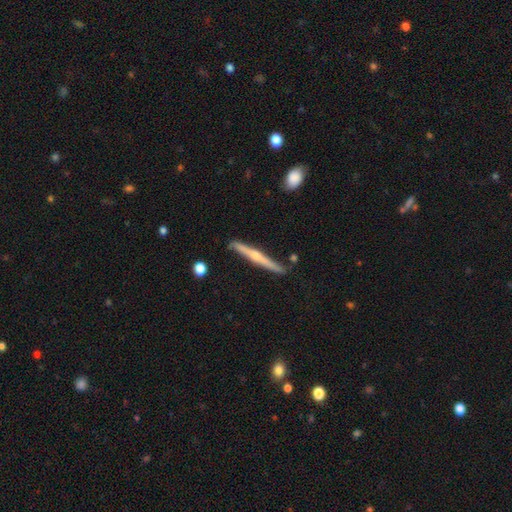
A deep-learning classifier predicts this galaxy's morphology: This appears to be a featured or disk galaxy (65%) viewed edge-on (97%) with a rounded central bulge (76%). Merging: none (86%).